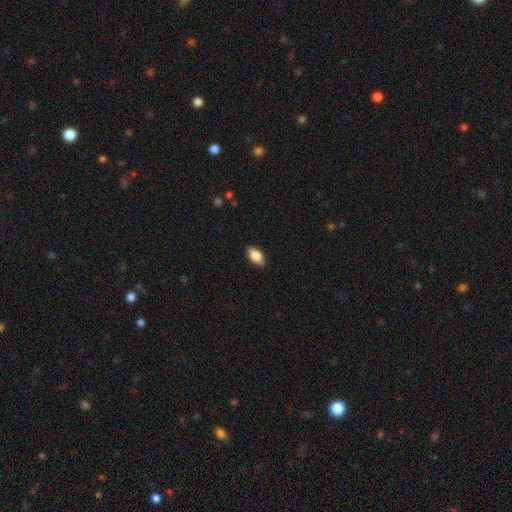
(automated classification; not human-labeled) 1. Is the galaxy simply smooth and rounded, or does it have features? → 84% smooth, 9% featured or disk, 7% star or artifact.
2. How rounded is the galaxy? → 92% in between, 4% round, 4% cigar-shaped.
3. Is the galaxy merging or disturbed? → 88% none, 9% minor disturbance, 2% major disturbance, 1% merger.